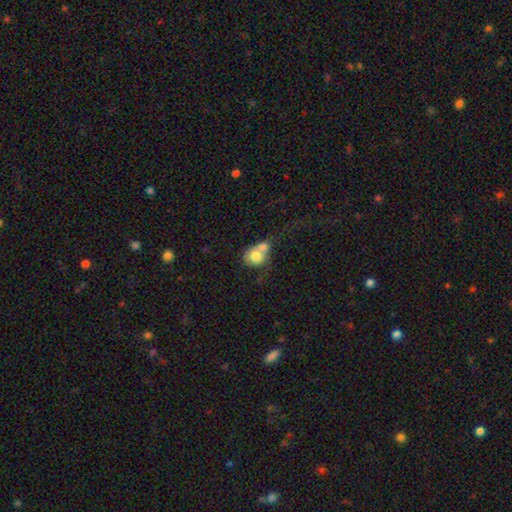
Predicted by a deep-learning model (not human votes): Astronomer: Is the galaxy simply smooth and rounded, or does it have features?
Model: smooth — 69%.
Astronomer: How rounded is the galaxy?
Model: round — 61% (runner-up: in between, 37%).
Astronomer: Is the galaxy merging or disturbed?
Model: merger — 66%.